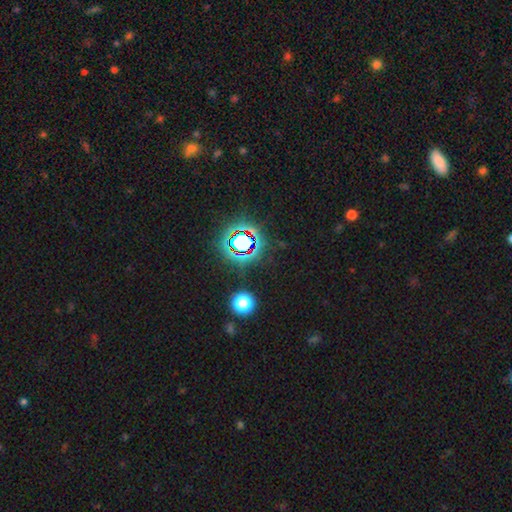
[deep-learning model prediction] Smooth or featured?
  - star or artifact: 79% *
  - smooth: 14%
  - featured or disk: 8%